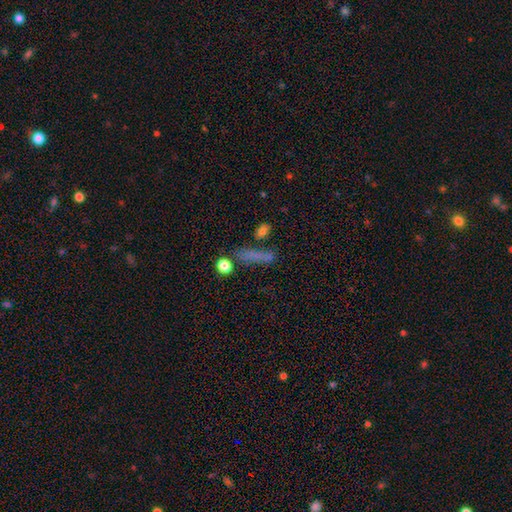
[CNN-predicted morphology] This is possibly a smooth galaxy (57%). How rounded: likely cigar-shaped (72%). Merging: likely none (63%).